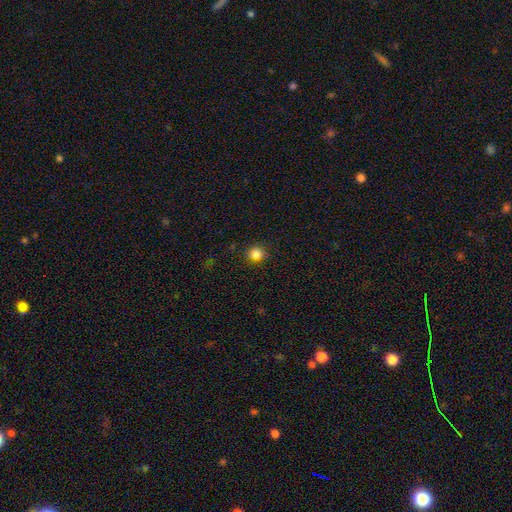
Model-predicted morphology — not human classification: The model was most divided on "how rounded": round: 83%, in between: 16%, cigar-shaped: 1%. More confident: merging — none (87%); smooth or featured — smooth (83%).